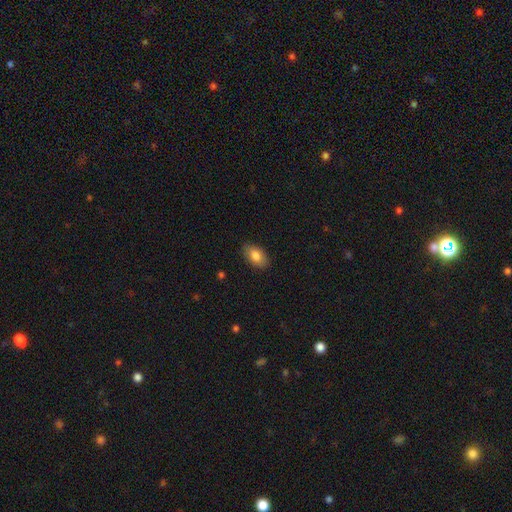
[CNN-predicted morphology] Smooth or featured? Predicted: smooth (p=0.83). How rounded? Predicted: in between (p=0.92). Merging? Predicted: none (p=0.87).